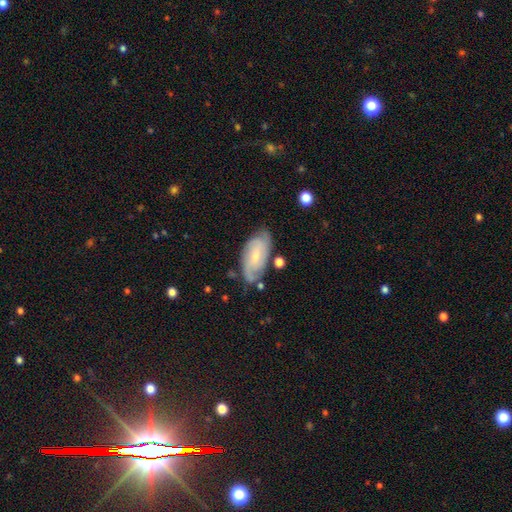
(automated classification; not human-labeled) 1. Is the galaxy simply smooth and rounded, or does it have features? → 65% featured or disk, 28% smooth, 6% star or artifact.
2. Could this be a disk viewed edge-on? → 93% no, 7% yes.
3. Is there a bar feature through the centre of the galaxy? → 58% no, 34% weak, 7% strong.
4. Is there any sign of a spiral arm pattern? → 90% yes, 10% no.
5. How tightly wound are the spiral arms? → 51% tight, 36% medium, 13% loose.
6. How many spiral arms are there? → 46% 2, 30% can't tell, 13% 3, 4% 4, 4% 1, 3% more than 4.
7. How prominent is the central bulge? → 71% small, 23% moderate, 4% none, 1% large, 1% dominant.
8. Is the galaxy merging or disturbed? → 68% none, 22% minor disturbance, 6% major disturbance, 4% merger.